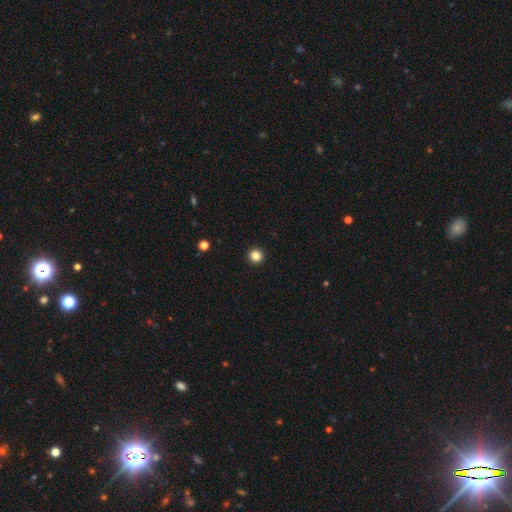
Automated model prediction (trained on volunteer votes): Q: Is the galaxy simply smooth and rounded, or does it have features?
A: smooth — 84%.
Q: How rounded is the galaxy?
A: round — 96%.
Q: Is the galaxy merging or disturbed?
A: none — 94%.